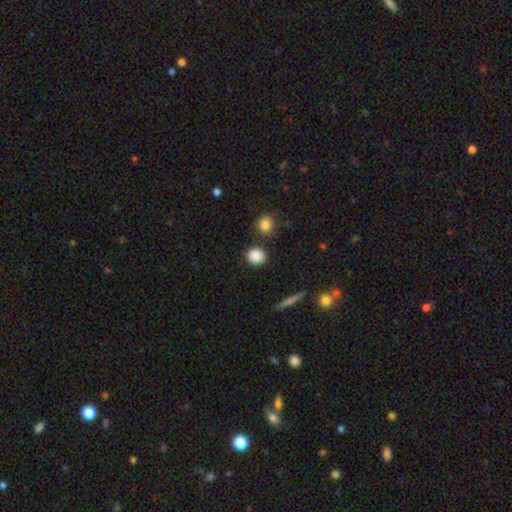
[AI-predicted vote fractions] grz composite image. It shows a smooth galaxy with no disk features (87%) that is round (84%). Merging: none (85%).